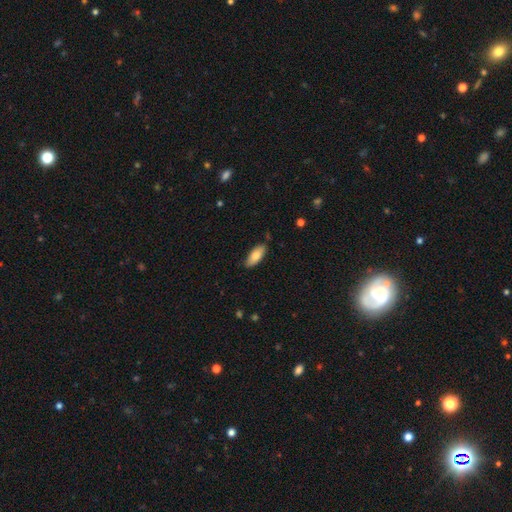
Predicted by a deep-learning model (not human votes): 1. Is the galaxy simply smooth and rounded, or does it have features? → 81% smooth, 13% featured or disk, 6% star or artifact.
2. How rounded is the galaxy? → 80% in between, 18% cigar-shaped, 2% round.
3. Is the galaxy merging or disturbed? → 85% none, 11% minor disturbance, 2% major disturbance, 1% merger.